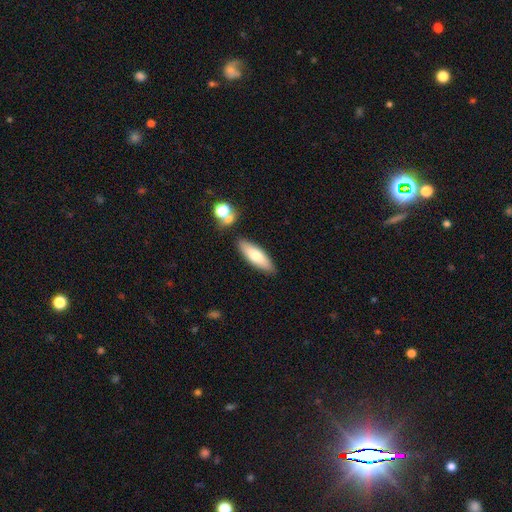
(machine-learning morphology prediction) Smooth or featured? smooth (71%)
How rounded? in between (50%)
Merging? none (84%)